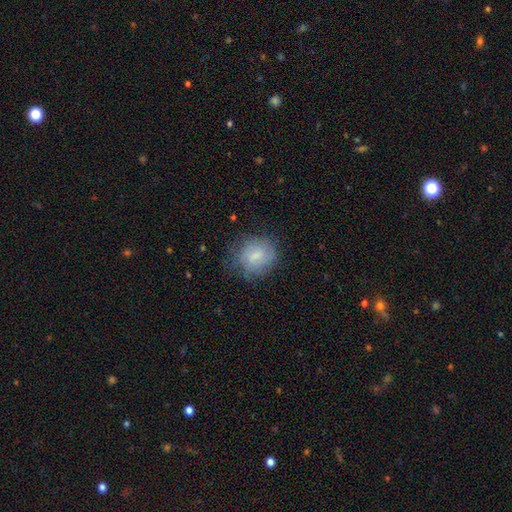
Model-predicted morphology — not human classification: This is likely a smooth galaxy (69%). How rounded: likely round (72%). Merging: likely none (66%).